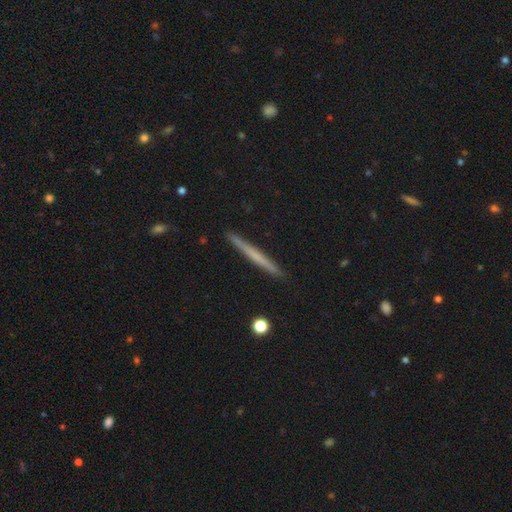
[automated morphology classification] type=smooth (51%); roundness=cigar-shaped (97%); merging=none (92%).